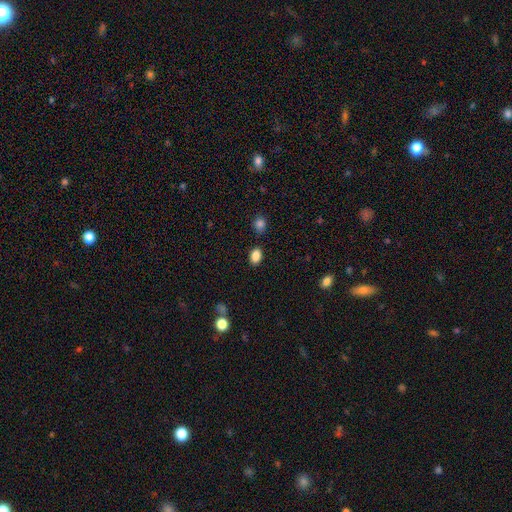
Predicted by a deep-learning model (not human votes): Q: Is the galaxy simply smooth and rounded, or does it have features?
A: smooth — 86%.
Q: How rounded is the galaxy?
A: in between — 80%.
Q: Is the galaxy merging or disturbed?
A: none — 84%.